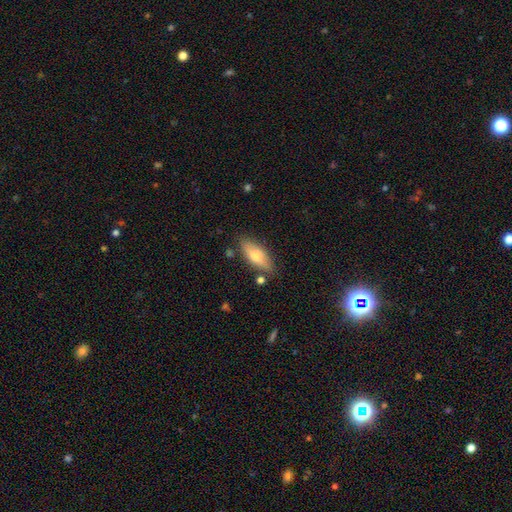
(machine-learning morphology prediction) A smooth galaxy with no disk features (65%) that is in between round and cigar-shaped (69%).

Vote fractions:
- Smooth or featured? smooth: 65% / featured or disk: 28% / star or artifact: 7%
- How rounded? in between: 69% / cigar-shaped: 28% / round: 3%
- Merging? none: 79% / minor disturbance: 14% / merger: 4% / major disturbance: 3%